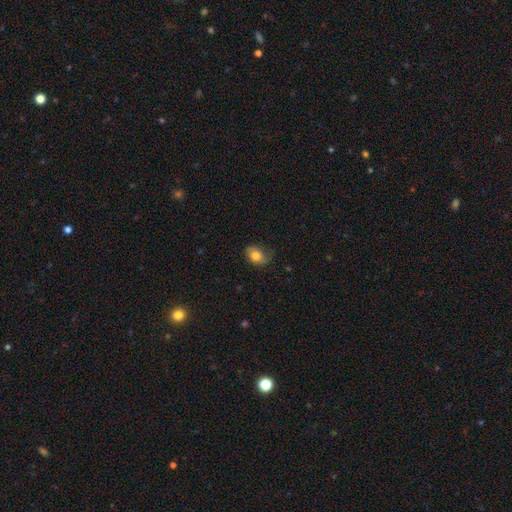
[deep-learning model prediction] Smooth or featured? smooth (69%)
How rounded? in between (74%)
Merging? none (57%)